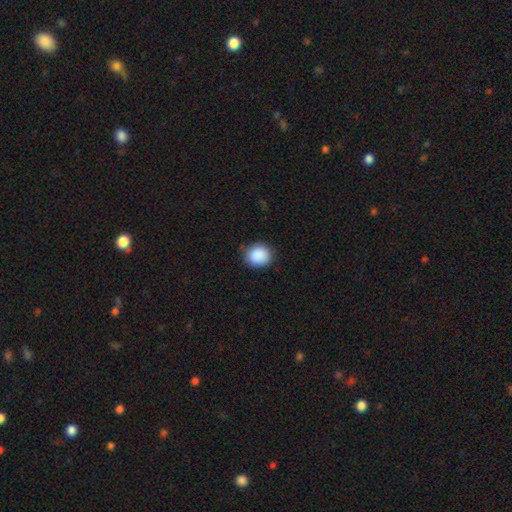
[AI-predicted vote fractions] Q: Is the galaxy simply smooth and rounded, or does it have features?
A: smooth — 90%.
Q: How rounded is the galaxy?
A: round — 79%.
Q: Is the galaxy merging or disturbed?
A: none — 85%.